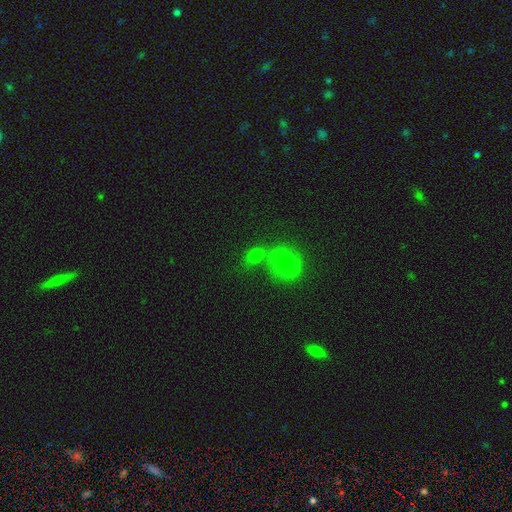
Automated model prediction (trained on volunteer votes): A smooth galaxy with no disk features (73%) that is round (59%). Merging: none (44%).